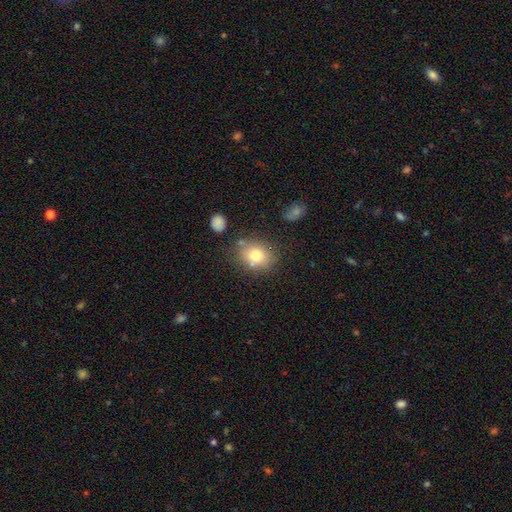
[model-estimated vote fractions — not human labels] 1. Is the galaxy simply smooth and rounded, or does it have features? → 76% smooth, 13% featured or disk, 11% star or artifact.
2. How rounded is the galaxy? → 58% round, 41% in between, 1% cigar-shaped.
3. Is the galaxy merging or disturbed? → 72% none, 15% minor disturbance, 9% merger, 5% major disturbance.